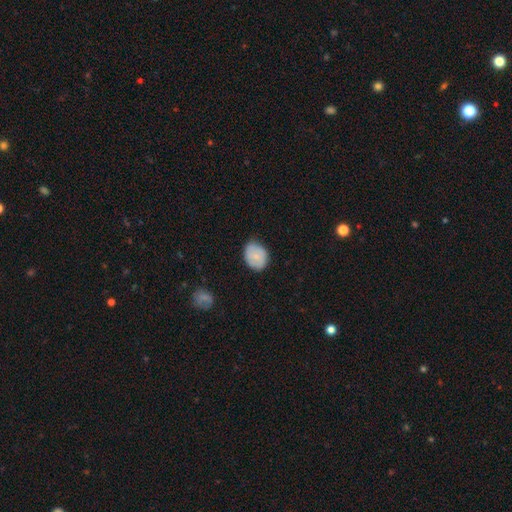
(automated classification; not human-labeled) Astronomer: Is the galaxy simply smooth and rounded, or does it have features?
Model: smooth — 75%.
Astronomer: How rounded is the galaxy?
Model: in between — 57% (runner-up: round, 42%).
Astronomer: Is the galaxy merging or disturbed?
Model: none — 73%.